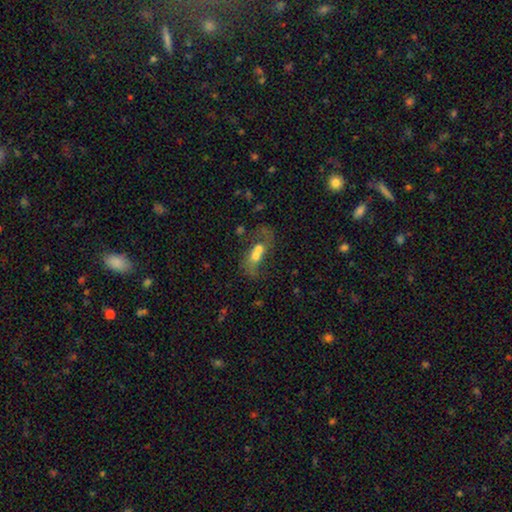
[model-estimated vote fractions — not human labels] smooth_or_featured: smooth (p=0.46) [alt: featured or disk p=0.41]
merging: merger (p=0.73) [alt: none p=0.13]